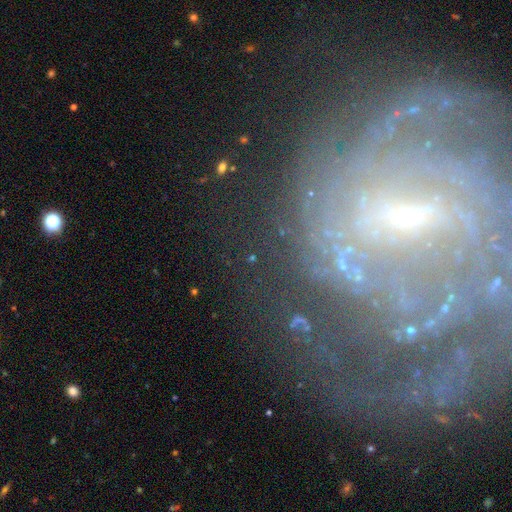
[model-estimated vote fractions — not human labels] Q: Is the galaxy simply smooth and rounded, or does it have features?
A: featured or disk — 69%.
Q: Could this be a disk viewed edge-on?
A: no — 94%.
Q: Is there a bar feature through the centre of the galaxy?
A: weak — 36%.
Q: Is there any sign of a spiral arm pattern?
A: yes — 71%.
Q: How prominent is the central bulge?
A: small — 68%.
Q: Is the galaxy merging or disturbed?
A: none — 62%.